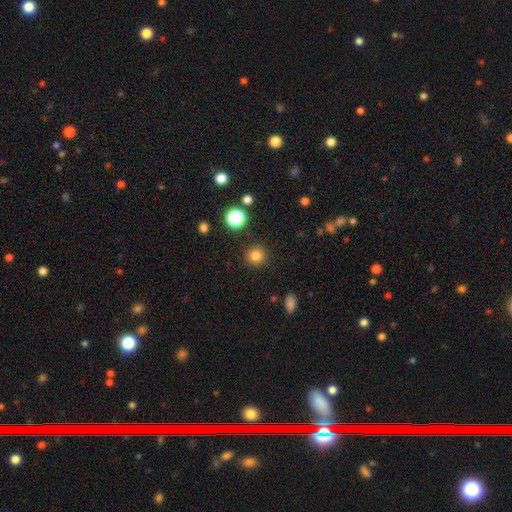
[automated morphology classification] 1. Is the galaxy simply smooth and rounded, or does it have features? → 82% smooth, 13% star or artifact, 5% featured or disk.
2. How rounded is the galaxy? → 94% round, 5% in between, 1% cigar-shaped.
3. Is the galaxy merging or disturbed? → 91% none, 6% minor disturbance, 2% major disturbance, 1% merger.